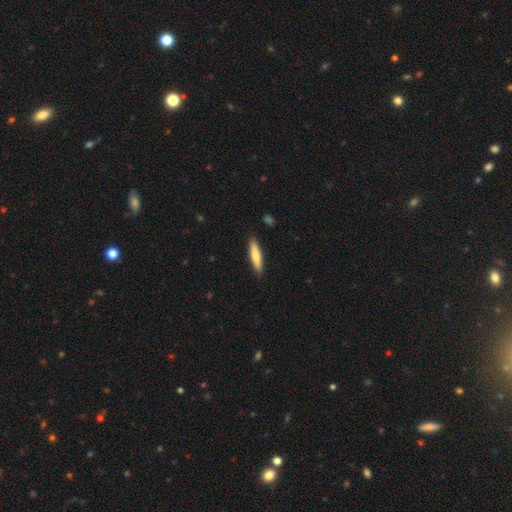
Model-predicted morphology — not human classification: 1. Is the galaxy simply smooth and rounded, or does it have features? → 73% smooth, 21% featured or disk, 5% star or artifact.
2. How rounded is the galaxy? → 84% cigar-shaped, 15% in between, 1% round.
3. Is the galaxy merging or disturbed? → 88% none, 9% minor disturbance, 2% major disturbance, 1% merger.